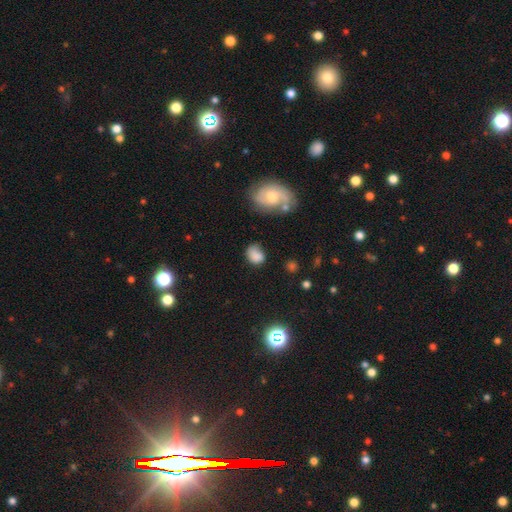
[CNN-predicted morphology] Q: Smooth or featured?
A: smooth (77%); runner-up: featured or disk (12%)
Q: How rounded?
A: in between (58%); runner-up: round (41%)
Q: Merging?
A: none (51%); runner-up: minor disturbance (29%)